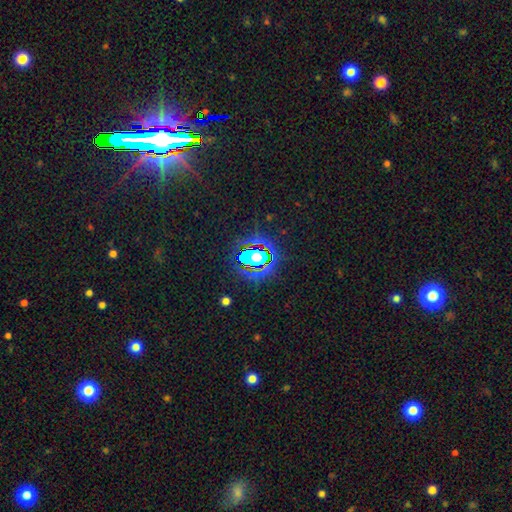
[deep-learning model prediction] The model was most divided on "smooth or featured": star or artifact: 77%, smooth: 14%, featured or disk: 10%.